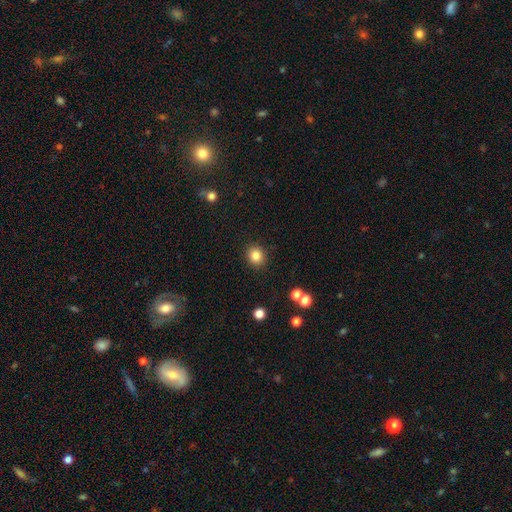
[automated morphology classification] type=smooth (84%); roundness=round (79%); merging=none (90%).